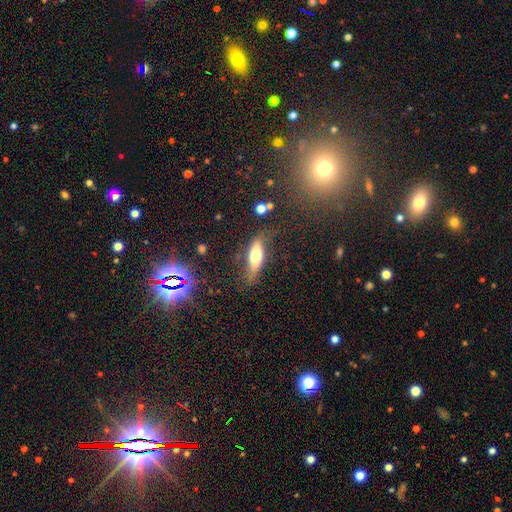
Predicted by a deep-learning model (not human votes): Morphology: type=smooth (51%); roundness=in between (51%); merging=none (61%).